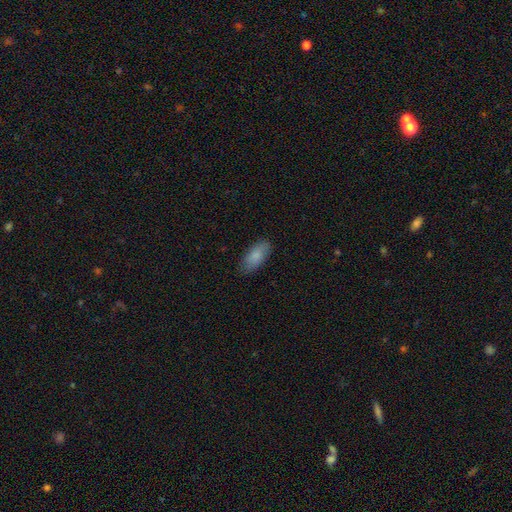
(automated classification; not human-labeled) Morphology: type=smooth (85%); roundness=in between (87%); merging=none (85%).